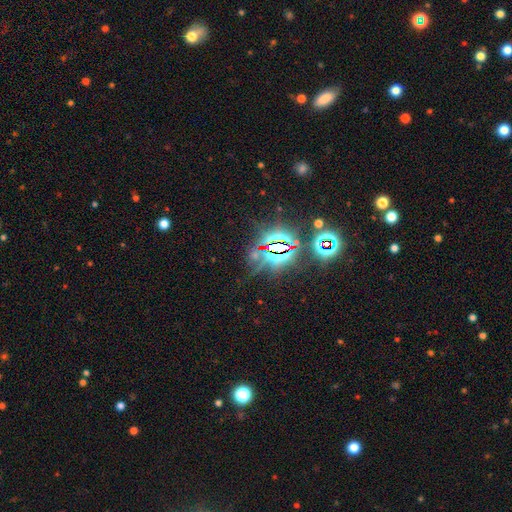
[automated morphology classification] Q: Smooth or featured?
A: star or artifact (81%); runner-up: smooth (10%)